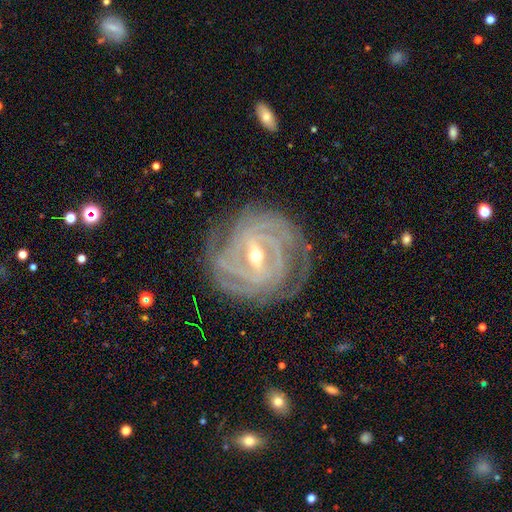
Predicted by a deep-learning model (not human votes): featured or disk 92%, star or artifact 4%, smooth 3%. Down the decision tree: edge-on disk — no (97%); bar — strong (51%); spiral arms — yes (98%); spiral arm count — 4 (29%); spiral winding — tight (80%); bulge size — small (49%, tied with moderate); merging — none (79%).